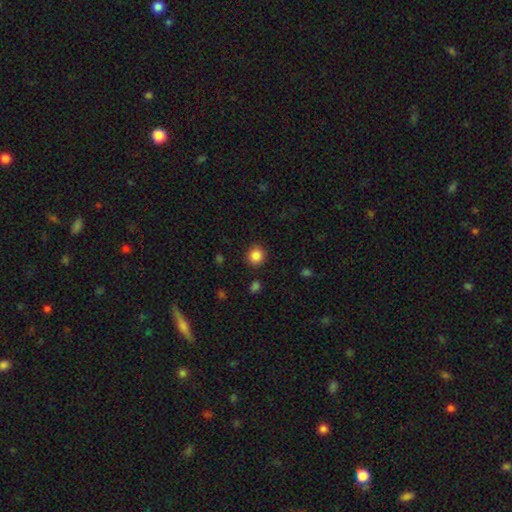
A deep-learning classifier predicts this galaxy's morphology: Q: Smooth or featured?
A: smooth (87%); runner-up: star or artifact (10%)
Q: How rounded?
A: round (86%); runner-up: in between (13%)
Q: Merging?
A: none (87%); runner-up: minor disturbance (8%)